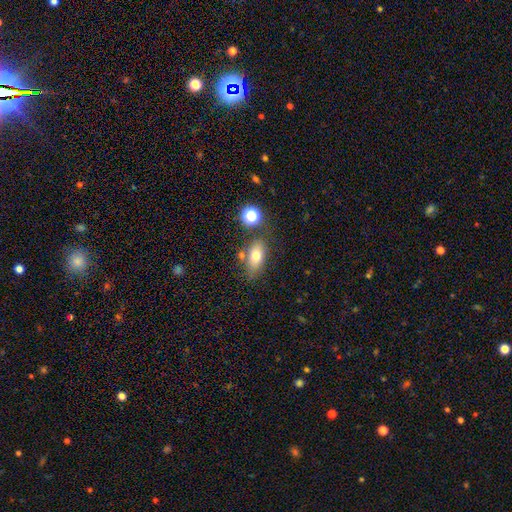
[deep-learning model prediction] Smooth or featured?
  - smooth: 72% *
  - featured or disk: 17%
  - star or artifact: 11%
How rounded?
  - in between: 81% *
  - round: 12%
  - cigar-shaped: 7%
Merging?
  - none: 70% *
  - minor disturbance: 16%
  - merger: 9%
  - major disturbance: 5%